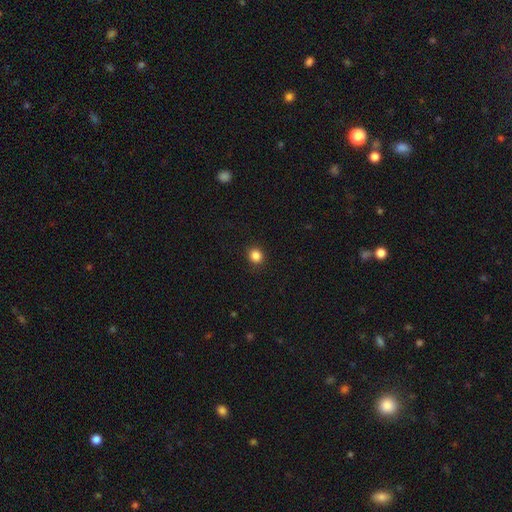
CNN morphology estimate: A smooth galaxy with no disk features (85%) that is round (86%). Merging: none (91%).